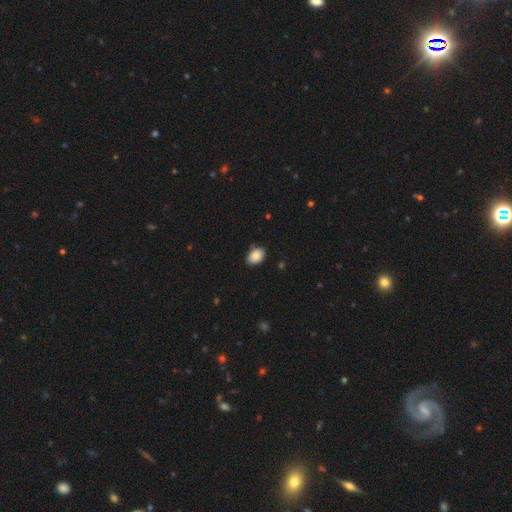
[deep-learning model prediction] Q: Smooth or featured?
A: smooth (88%); runner-up: star or artifact (8%)
Q: How rounded?
A: in between (79%); runner-up: round (20%)
Q: Merging?
A: none (80%); runner-up: minor disturbance (16%)